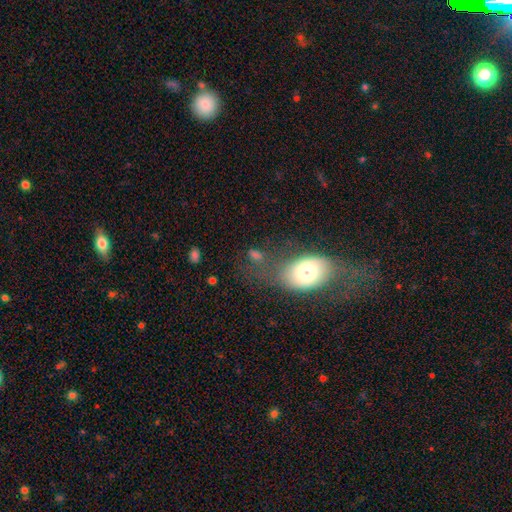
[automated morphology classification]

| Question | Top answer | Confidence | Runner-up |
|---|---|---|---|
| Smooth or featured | smooth | 69% | featured or disk (16%) |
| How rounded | in between | 67% | round (27%) |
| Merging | none | 49% | major disturbance (18%) |